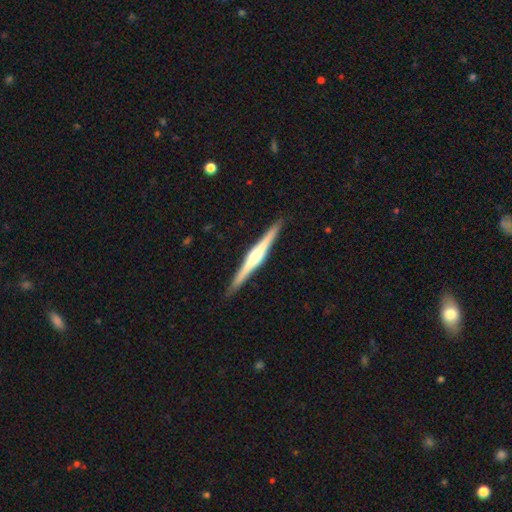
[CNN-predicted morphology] A featured or disk galaxy (80%) viewed edge-on (98%) with a rounded central bulge (86%). Merging: none (91%).